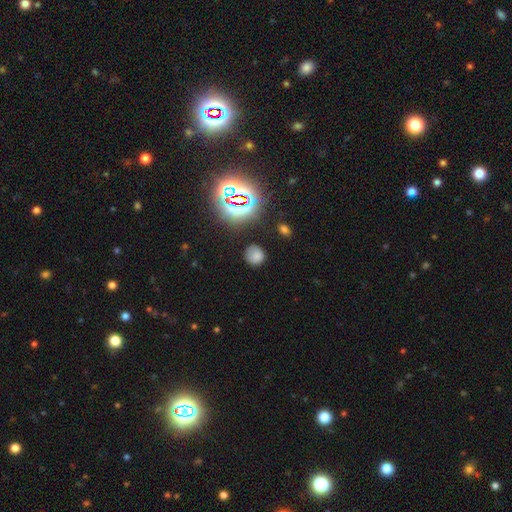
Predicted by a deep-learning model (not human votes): A smooth galaxy with no disk features (70%) that is round (87%). Merging: none (79%).